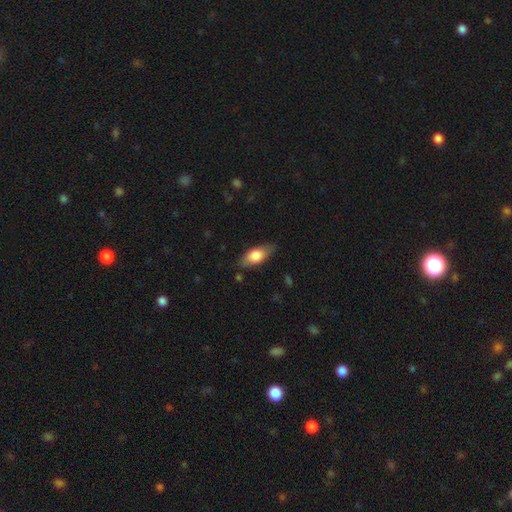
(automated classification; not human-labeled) smooth-or-featured: smooth: 72% | featured or disk: 22% | star or artifact: 6%
  how-rounded: in between: 83% | cigar-shaped: 14% | round: 3%
  merging: none: 80% | minor disturbance: 16% | major disturbance: 3% | merger: 1%